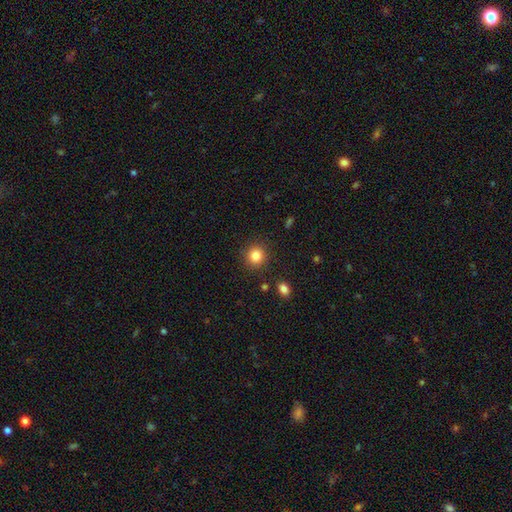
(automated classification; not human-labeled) Smooth or featured: smooth — 84% (star or artifact — 10%)
How rounded: round — 91% (in between — 8%)
Merging: none — 88% (minor disturbance — 7%)